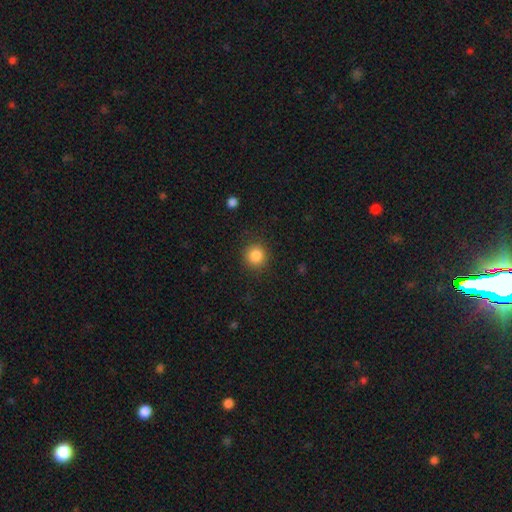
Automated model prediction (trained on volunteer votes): A smooth galaxy with no disk features (86%) that is round (91%). Merging: none (88%).